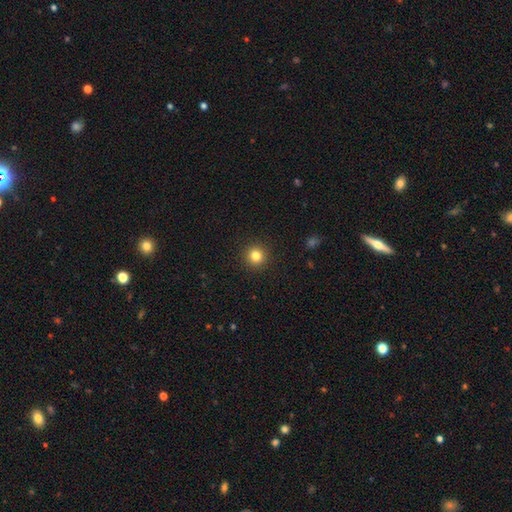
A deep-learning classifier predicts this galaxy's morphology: A smooth galaxy with no disk features (82%) that is round (95%). Merging: none (93%).